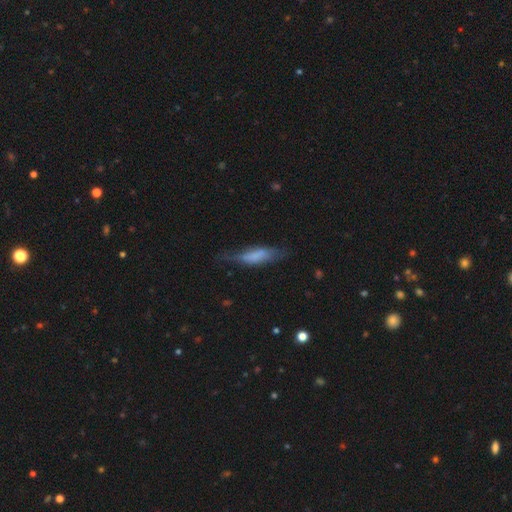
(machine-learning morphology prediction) A smooth galaxy with no disk features (58%) that is cigar-shaped (59%). Merging: none (52%).